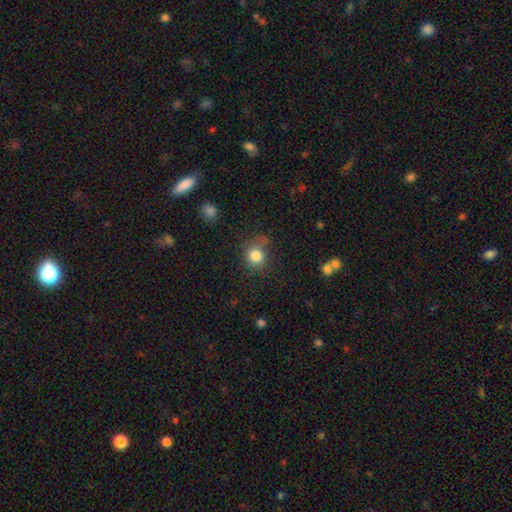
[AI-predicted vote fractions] smooth-or-featured: smooth: 83% | star or artifact: 11% | featured or disk: 6%
  how-rounded: round: 82% | in between: 17% | cigar-shaped: 1%
  merging: none: 67% | minor disturbance: 21% | major disturbance: 9% | merger: 3%